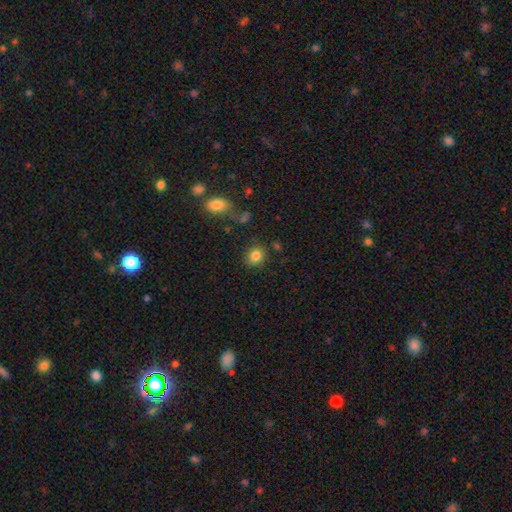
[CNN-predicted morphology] The model was most divided on "how rounded": round: 68%, in between: 31%, cigar-shaped: 1%. More confident: smooth or featured — smooth (83%); merging — none (81%).